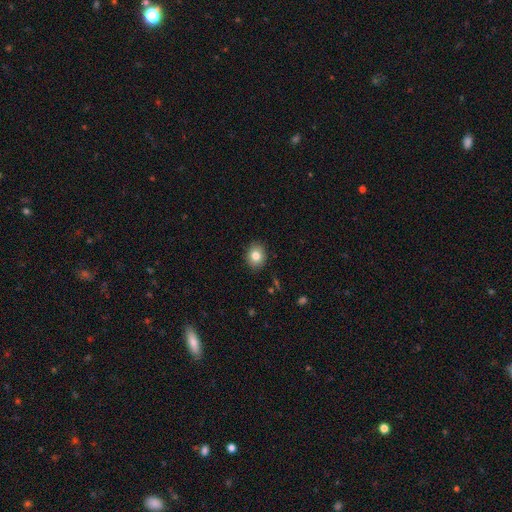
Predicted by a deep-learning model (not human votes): A smooth galaxy with no disk features (81%) that is round (58%).

Vote fractions:
- Smooth or featured? smooth: 81% / star or artifact: 10% / featured or disk: 9%
- How rounded? round: 58% / in between: 41% / cigar-shaped: 1%
- Merging? none: 89% / minor disturbance: 8% / major disturbance: 2% / merger: 1%